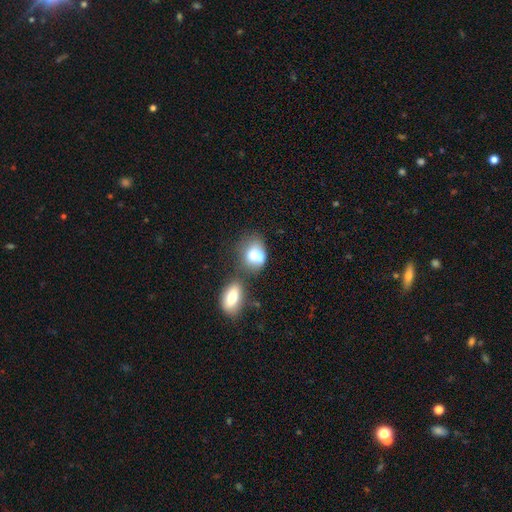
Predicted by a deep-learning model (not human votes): This is likely a smooth galaxy (72%). How rounded: likely in between (71%). Merging: marginally merger (44%).